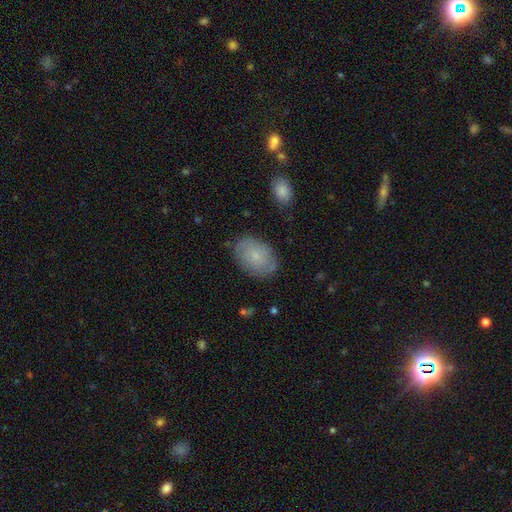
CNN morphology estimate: This appears to be a smooth galaxy with no disk features (62%) that is in between round and cigar-shaped (82%). Merging: none (80%).